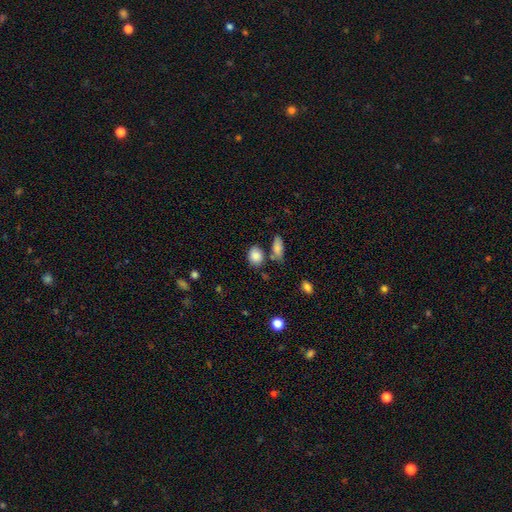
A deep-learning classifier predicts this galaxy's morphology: This is clearly a smooth galaxy (85%). How rounded: possibly in between (53%). Merging: likely none (68%).